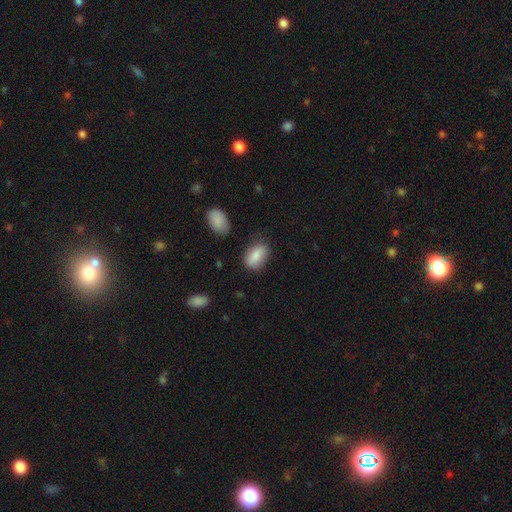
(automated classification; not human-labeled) smooth-or-featured: smooth: 85% | featured or disk: 8% | star or artifact: 7%
  how-rounded: in between: 89% | round: 8% | cigar-shaped: 2%
  merging: none: 74% | minor disturbance: 19% | major disturbance: 4% | merger: 3%